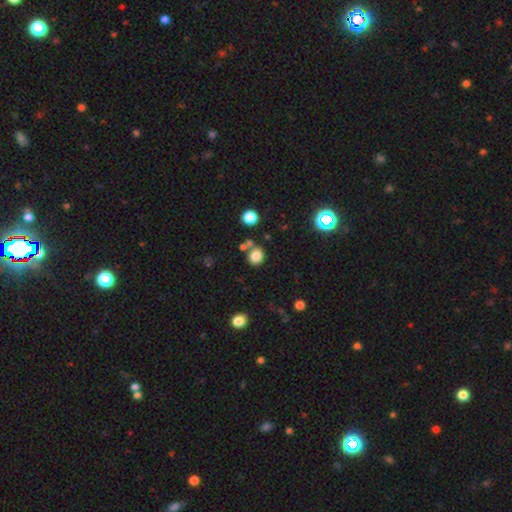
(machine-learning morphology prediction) Smooth or featured? smooth (81%)
How rounded? round (75%)
Merging? none (66%)